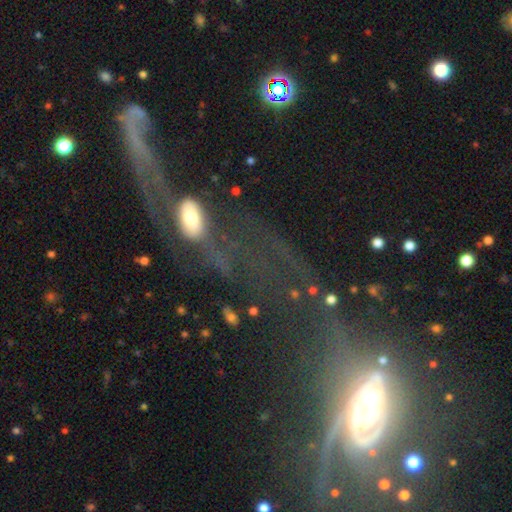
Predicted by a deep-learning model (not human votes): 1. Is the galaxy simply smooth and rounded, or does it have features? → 58% featured or disk, 22% smooth, 20% star or artifact.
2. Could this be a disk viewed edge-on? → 70% no, 30% yes.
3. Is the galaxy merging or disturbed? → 41% major disturbance, 24% merger, 23% none, 12% minor disturbance.